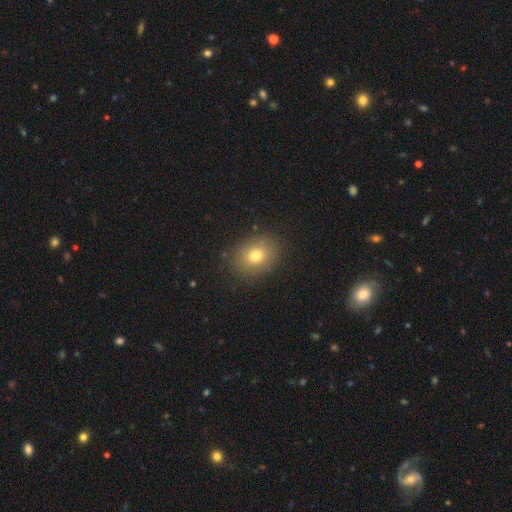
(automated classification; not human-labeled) Smooth or featured: smooth — 76% (star or artifact — 13%)
How rounded: round — 57% (in between — 42%)
Merging: none — 86% (minor disturbance — 9%)